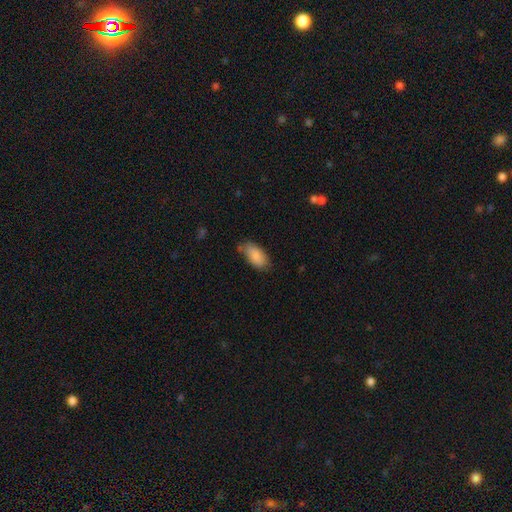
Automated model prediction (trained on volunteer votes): Overall: smooth (87%). How rounded: in between (92%). Merging: none (69%).